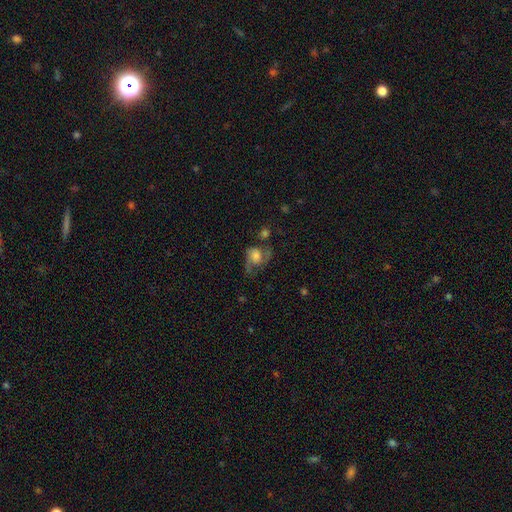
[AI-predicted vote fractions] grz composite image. It shows a featured or disk galaxy (47%). Merging: none (36%).